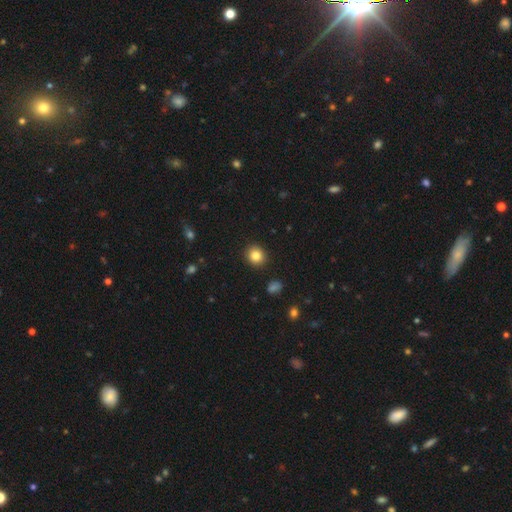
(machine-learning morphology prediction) This is clearly a smooth galaxy (84%). How rounded: clearly round (81%). Merging: clearly none (91%).